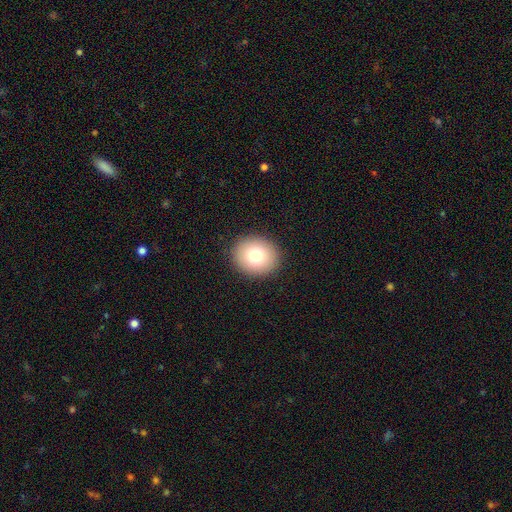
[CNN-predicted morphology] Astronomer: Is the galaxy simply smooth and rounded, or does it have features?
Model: smooth — 76%.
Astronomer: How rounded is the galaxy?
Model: round — 73%.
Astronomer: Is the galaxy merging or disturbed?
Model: none — 91%.